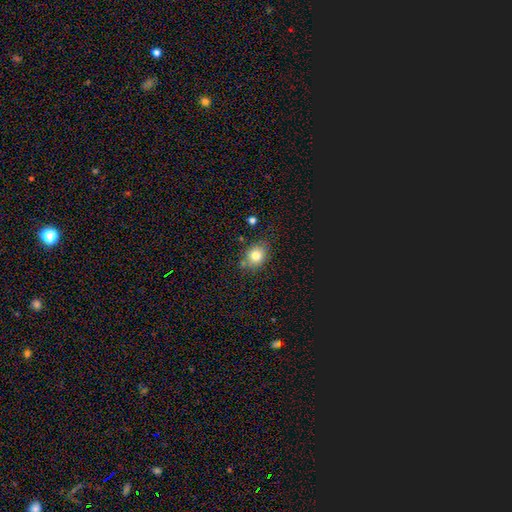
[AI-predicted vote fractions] A smooth galaxy with no disk features (79%) that is round (51%). Merging: none (74%).